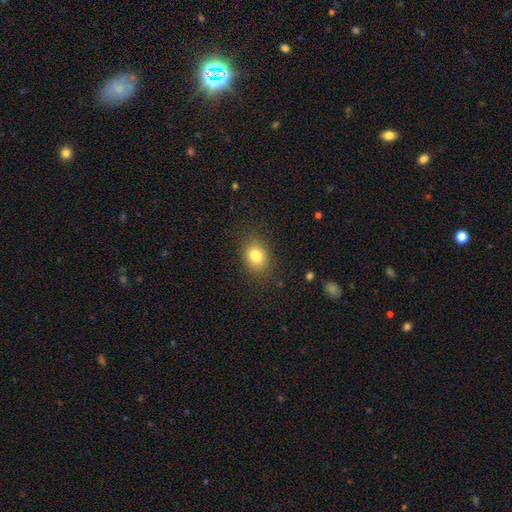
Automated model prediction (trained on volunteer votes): Q: Smooth or featured?
A: smooth (80%); runner-up: star or artifact (11%)
Q: How rounded?
A: in between (54%); runner-up: round (45%)
Q: Merging?
A: none (82%); runner-up: minor disturbance (12%)